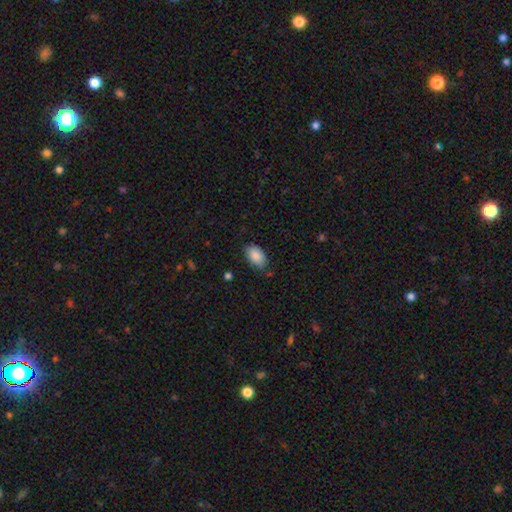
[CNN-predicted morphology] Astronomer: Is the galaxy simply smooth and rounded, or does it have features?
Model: smooth — 88%.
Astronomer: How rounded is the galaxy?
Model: in between — 92%.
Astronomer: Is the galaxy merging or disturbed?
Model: none — 76%.